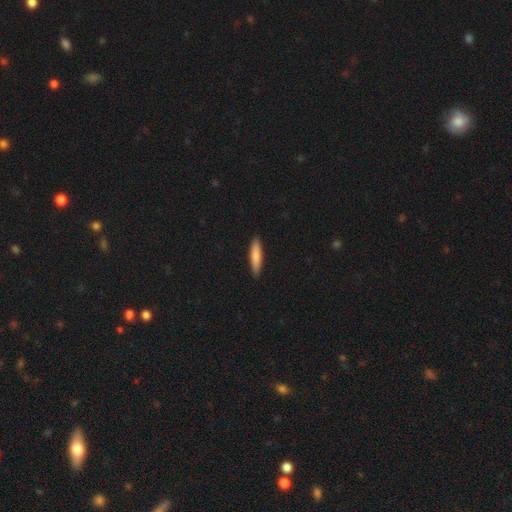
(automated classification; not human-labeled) The model was most divided on "smooth or featured": smooth: 81%, featured or disk: 13%, star or artifact: 5%. More confident: merging — none (90%); how rounded — cigar-shaped (85%).